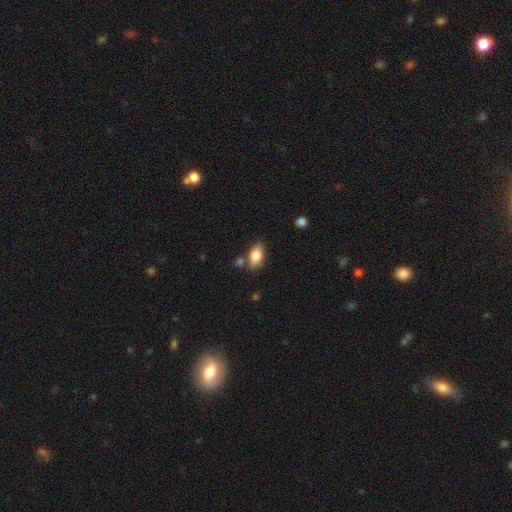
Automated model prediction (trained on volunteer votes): Q: Smooth or featured?
A: smooth (80%); runner-up: featured or disk (12%)
Q: How rounded?
A: in between (89%); runner-up: round (6%)
Q: Merging?
A: none (71%); runner-up: minor disturbance (15%)